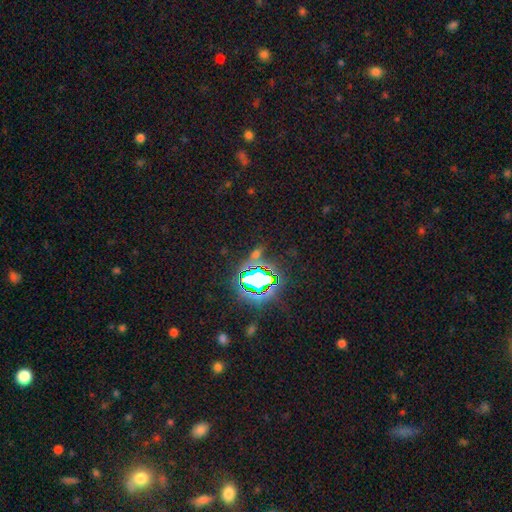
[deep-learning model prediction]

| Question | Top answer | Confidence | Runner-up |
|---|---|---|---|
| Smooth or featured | star or artifact | 74% | smooth (17%) |